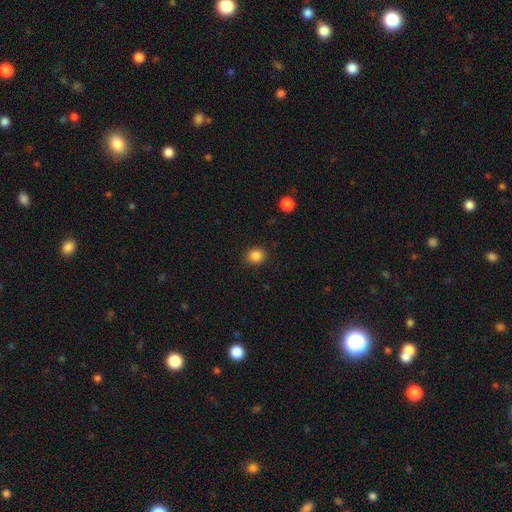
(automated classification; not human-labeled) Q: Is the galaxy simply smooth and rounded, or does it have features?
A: smooth — 85%.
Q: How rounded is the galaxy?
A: round — 76%.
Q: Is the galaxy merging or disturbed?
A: none — 90%.